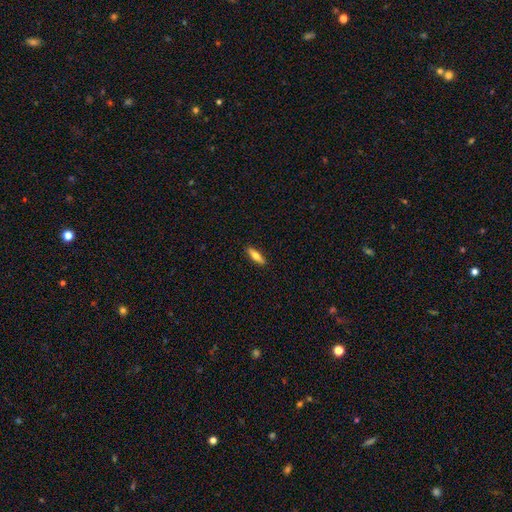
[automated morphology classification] smooth_or_featured: smooth (p=0.65) [alt: featured or disk p=0.29]
how_rounded: cigar-shaped (p=0.57) [alt: in between p=0.40]
merging: none (p=0.91) [alt: minor disturbance p=0.07]